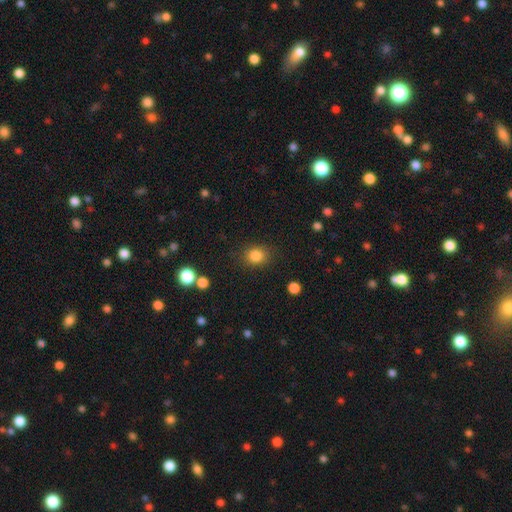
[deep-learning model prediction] A smooth galaxy with no disk features (84%) that is round (65%).

Vote fractions:
- Smooth or featured? smooth: 84% / star or artifact: 11% / featured or disk: 5%
- How rounded? round: 65% / in between: 34% / cigar-shaped: 1%
- Merging? none: 85% / minor disturbance: 10% / major disturbance: 3% / merger: 2%